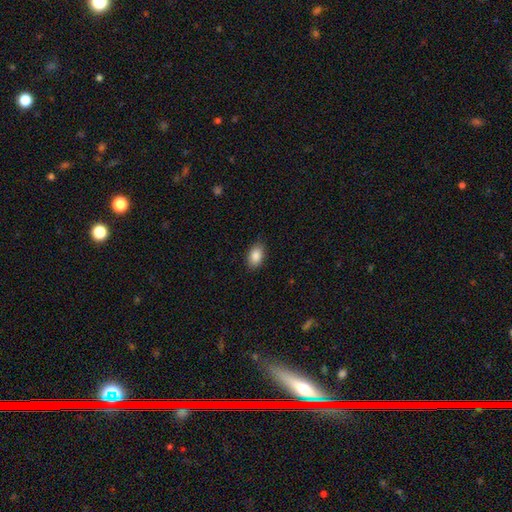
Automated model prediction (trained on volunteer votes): Smooth or featured? Predicted: smooth (p=0.88). How rounded? Predicted: in between (p=0.89). Merging? Predicted: none (p=0.86).